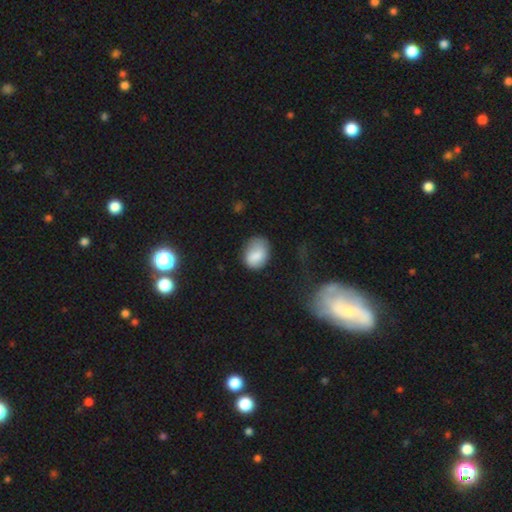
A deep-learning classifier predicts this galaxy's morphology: This is clearly a smooth galaxy (82%). How rounded: likely in between (68%). Merging: possibly none (60%).